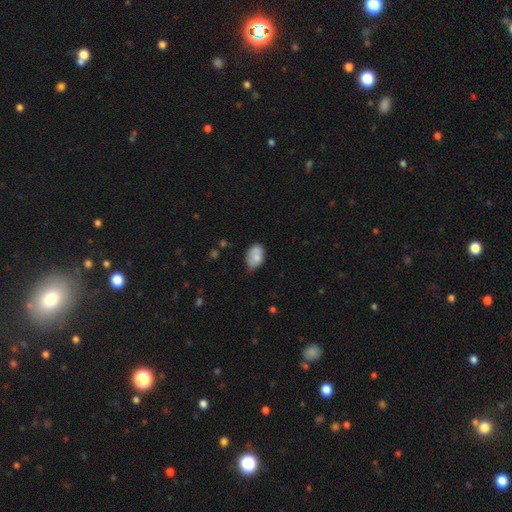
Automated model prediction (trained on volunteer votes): Q: Smooth or featured?
A: smooth (75%); runner-up: featured or disk (17%)
Q: How rounded?
A: in between (85%); runner-up: round (14%)
Q: Merging?
A: none (42%); runner-up: minor disturbance (40%)